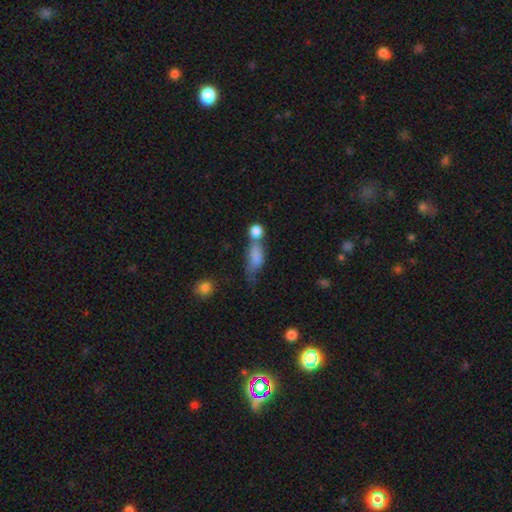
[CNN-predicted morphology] Overall: smooth (76%). How rounded: in between (69%). Merging: merger (45%; none 24%).